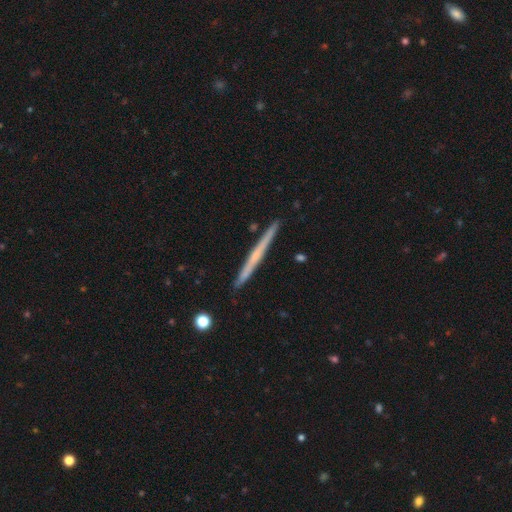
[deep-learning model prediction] A featured or disk galaxy (63%) viewed edge-on (98%) with no central bulge (65%).

Vote fractions:
- Smooth or featured? featured or disk: 63% / smooth: 31% / star or artifact: 6%
- Edge-on disk? yes: 98% / no: 2%
- Edge-on bulge? none: 65% / rounded: 30% / boxy: 5%
- Merging? none: 91% / minor disturbance: 6% / merger: 1% / major disturbance: 1%